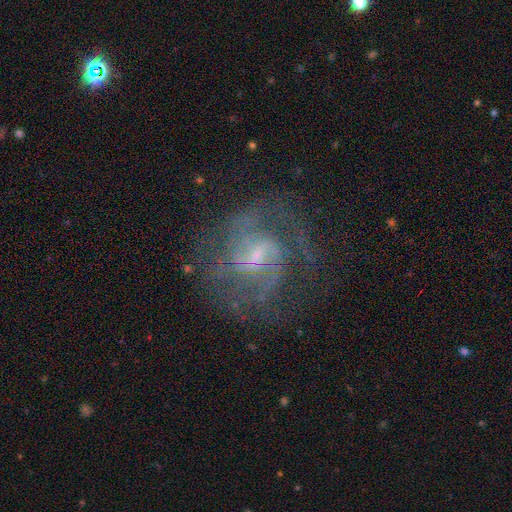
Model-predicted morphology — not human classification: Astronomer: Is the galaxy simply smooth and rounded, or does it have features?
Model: featured or disk — 85%.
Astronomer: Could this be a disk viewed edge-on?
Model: no — 98%.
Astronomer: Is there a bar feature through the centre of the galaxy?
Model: weak — 61%.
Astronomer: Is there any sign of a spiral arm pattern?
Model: yes — 94%.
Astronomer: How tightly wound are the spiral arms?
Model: medium — 47% (runner-up: tight, 40%).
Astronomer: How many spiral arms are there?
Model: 2 — 48%.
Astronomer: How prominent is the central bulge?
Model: small — 58%.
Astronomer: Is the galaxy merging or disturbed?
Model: none — 67%.